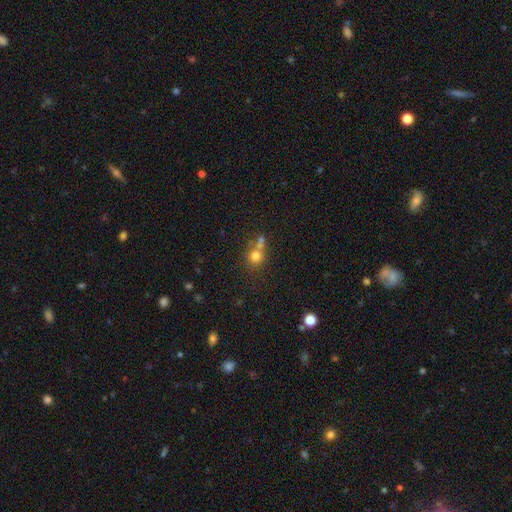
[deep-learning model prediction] This appears to be a smooth galaxy with no disk features (75%) that is round (86%). Merging: none (50%).